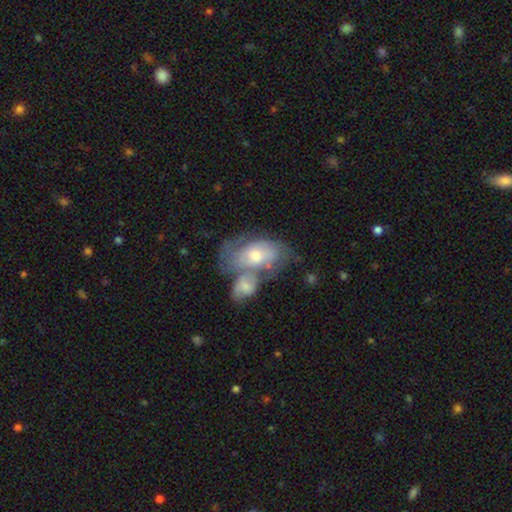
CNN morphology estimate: This is possibly a featured or disk galaxy (52%). It is clearly not viewed edge-on (94%). Merging: possibly merger (51%).